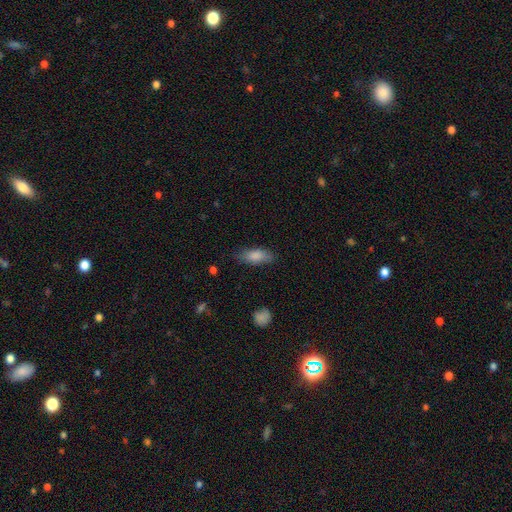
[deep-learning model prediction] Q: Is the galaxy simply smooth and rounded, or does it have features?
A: smooth — 84%.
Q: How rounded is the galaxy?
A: in between — 77%.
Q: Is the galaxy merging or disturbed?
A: none — 80%.